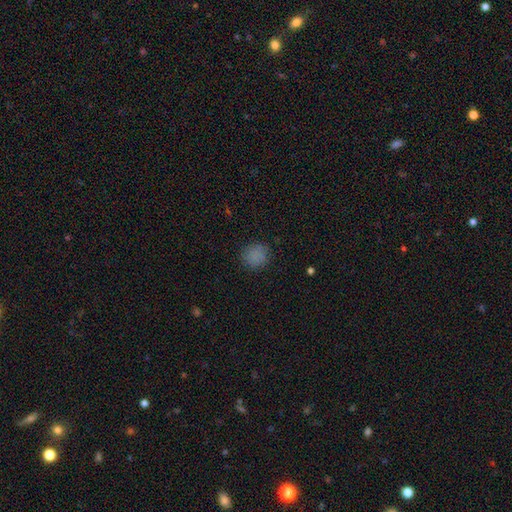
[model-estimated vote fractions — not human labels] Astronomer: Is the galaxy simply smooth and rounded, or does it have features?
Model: smooth — 82%.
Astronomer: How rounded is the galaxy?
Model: round — 83%.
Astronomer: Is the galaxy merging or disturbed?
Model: none — 84%.